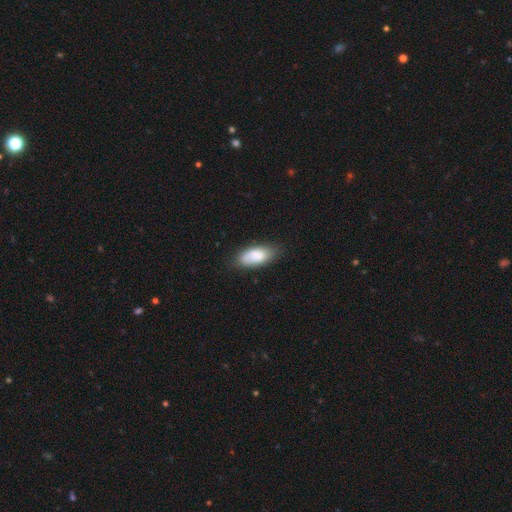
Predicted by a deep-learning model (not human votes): Smooth or featured: smooth — 82% (featured or disk — 11%)
How rounded: in between — 88% (cigar-shaped — 9%)
Merging: none — 73% (minor disturbance — 21%)